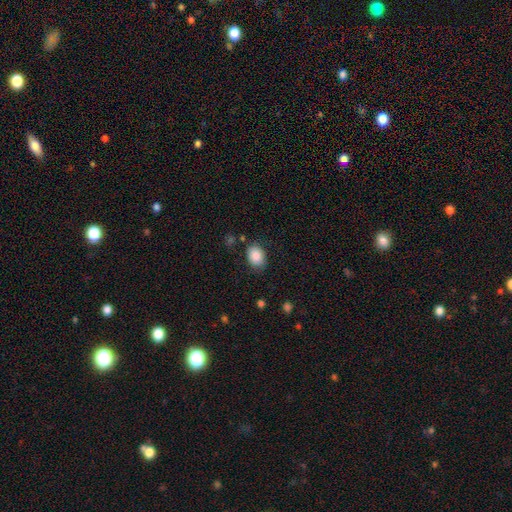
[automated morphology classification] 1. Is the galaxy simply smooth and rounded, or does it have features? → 88% smooth, 8% star or artifact, 5% featured or disk.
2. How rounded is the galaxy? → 67% in between, 32% round, 1% cigar-shaped.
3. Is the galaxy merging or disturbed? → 79% none, 15% minor disturbance, 4% major disturbance, 2% merger.